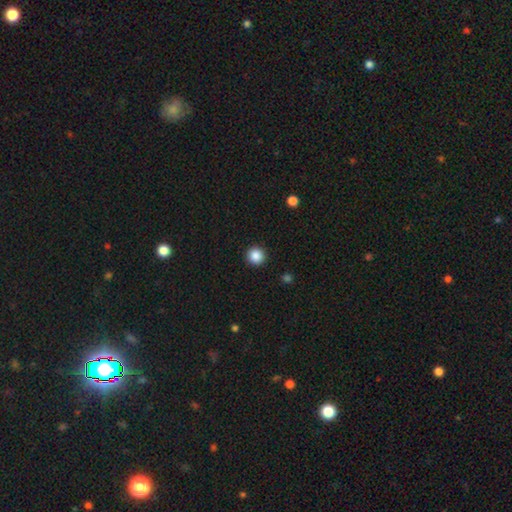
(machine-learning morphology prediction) Q: Smooth or featured?
A: smooth (87%); runner-up: star or artifact (10%)
Q: How rounded?
A: round (95%); runner-up: in between (4%)
Q: Merging?
A: none (93%); runner-up: minor disturbance (5%)